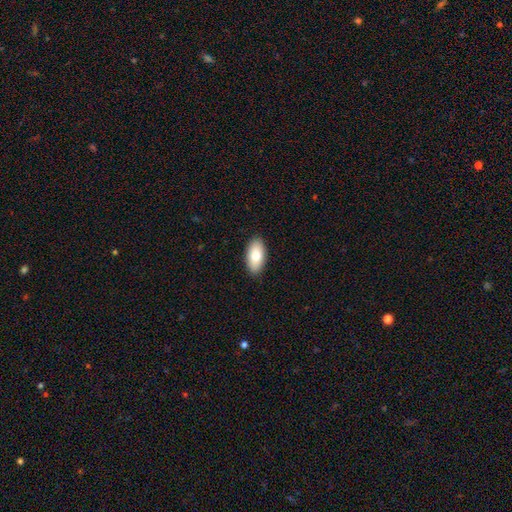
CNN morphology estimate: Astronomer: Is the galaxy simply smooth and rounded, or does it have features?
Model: smooth — 79%.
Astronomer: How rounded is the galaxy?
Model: in between — 94%.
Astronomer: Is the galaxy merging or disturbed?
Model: none — 90%.